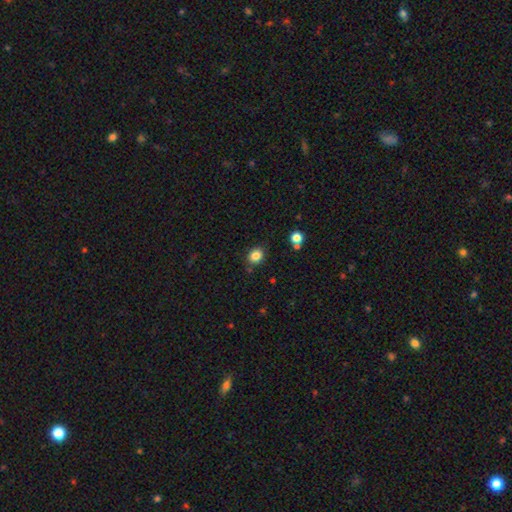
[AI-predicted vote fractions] smooth_or_featured: smooth (p=0.83) [alt: star or artifact p=0.11]
how_rounded: round (p=0.65) [alt: in between p=0.34]
merging: none (p=0.84) [alt: minor disturbance p=0.10]